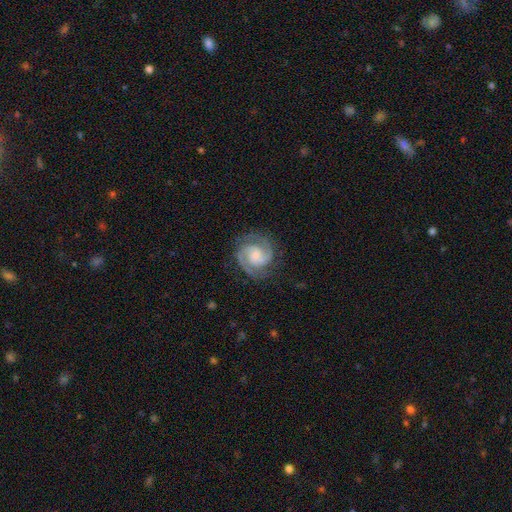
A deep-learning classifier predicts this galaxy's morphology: Smooth or featured? featured or disk (87%)
Edge-on disk? no (98%)
Bar? no (49%)
Spiral arms? yes (98%)
Spiral winding? tight (47%)
Spiral arm count? 2 (85%)
Bulge size? small (39%)
Merging? none (78%)